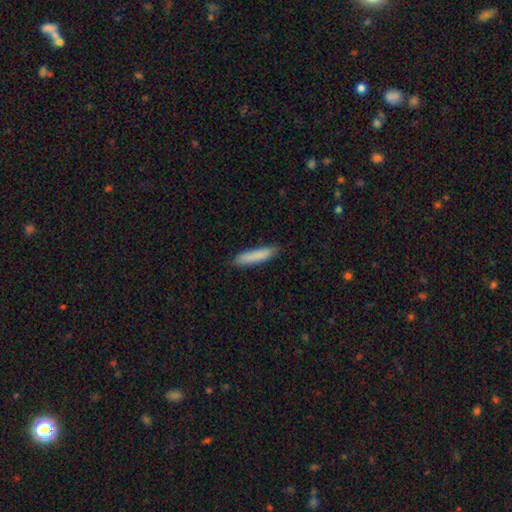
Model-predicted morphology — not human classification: type=smooth (86%); roundness=cigar-shaped (84%); merging=none (85%).